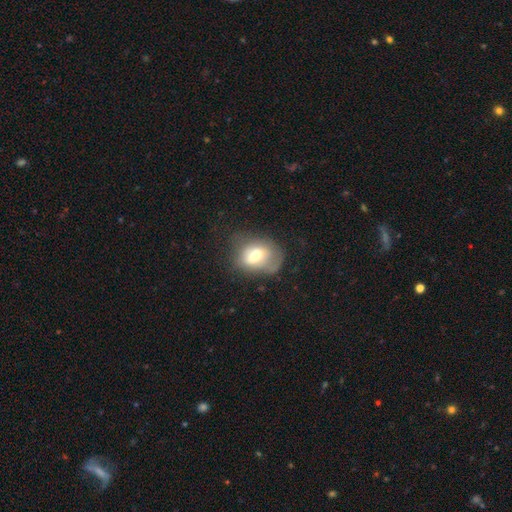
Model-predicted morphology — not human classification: Smooth or featured?
  - smooth: 58% *
  - featured or disk: 32%
  - star or artifact: 9%
How rounded?
  - in between: 63% *
  - round: 36%
  - cigar-shaped: 2%
Merging?
  - none: 46% *
  - minor disturbance: 30%
  - major disturbance: 22%
  - merger: 3%